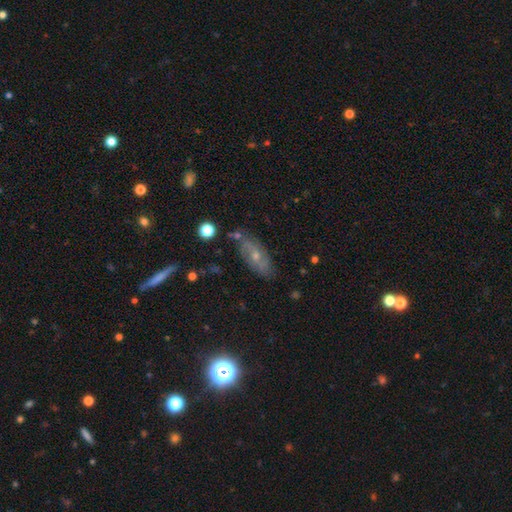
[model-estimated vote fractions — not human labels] A featured or disk galaxy (59%). Merging: none (74%).